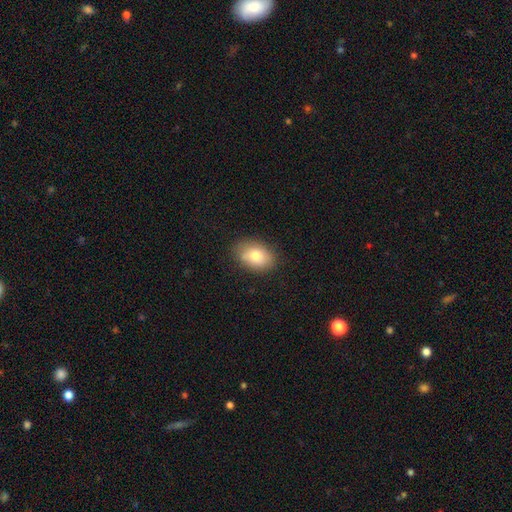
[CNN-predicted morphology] Q: Smooth or featured?
A: smooth (78%); runner-up: featured or disk (14%)
Q: How rounded?
A: in between (83%); runner-up: round (15%)
Q: Merging?
A: none (81%); runner-up: minor disturbance (14%)